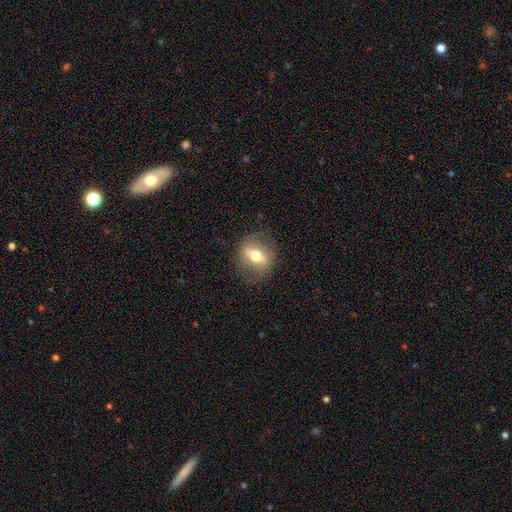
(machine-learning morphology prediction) Smooth or featured? Predicted: featured or disk (p=0.52). Edge-on disk? Predicted: no (p=0.64). Merging? Predicted: none (p=0.82).